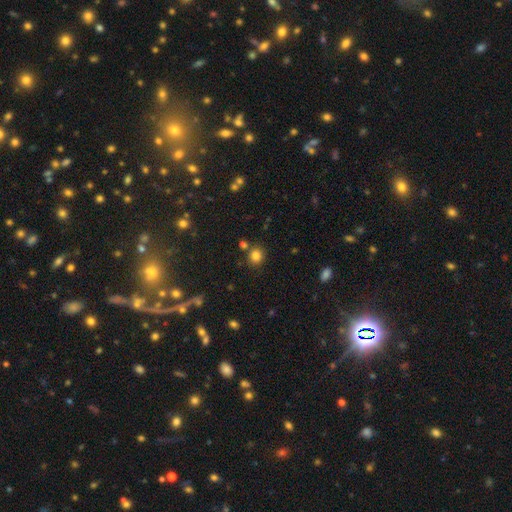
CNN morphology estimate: This appears to be a smooth galaxy with no disk features (82%) that is round (85%). Merging: none (78%).